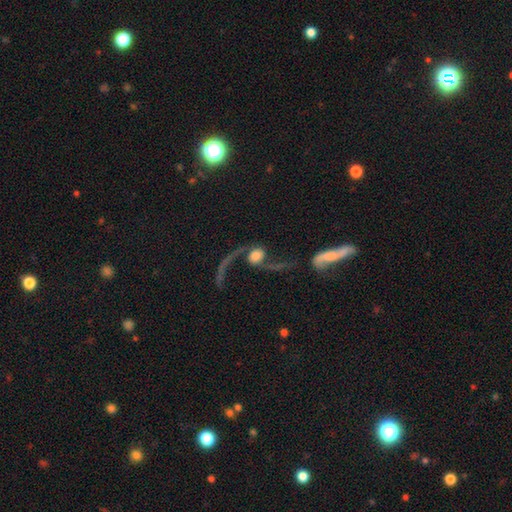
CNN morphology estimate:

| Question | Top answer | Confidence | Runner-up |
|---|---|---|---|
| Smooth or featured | featured or disk | 81% | smooth (12%) |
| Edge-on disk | no | 95% | yes (5%) |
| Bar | no | 67% | weak (23%) |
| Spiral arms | yes | 92% | no (8%) |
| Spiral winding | loose | 90% | medium (7%) |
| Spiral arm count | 2 | 87% | 1 (8%) |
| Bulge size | large | 34% | moderate (32%) |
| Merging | none | 44% | major disturbance (29%) |